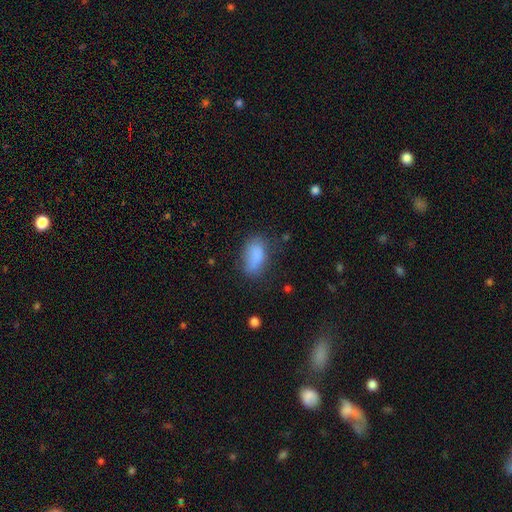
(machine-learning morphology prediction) Overall: smooth (83%). How rounded: in between (91%). Merging: none (59%; minor disturbance 28%).